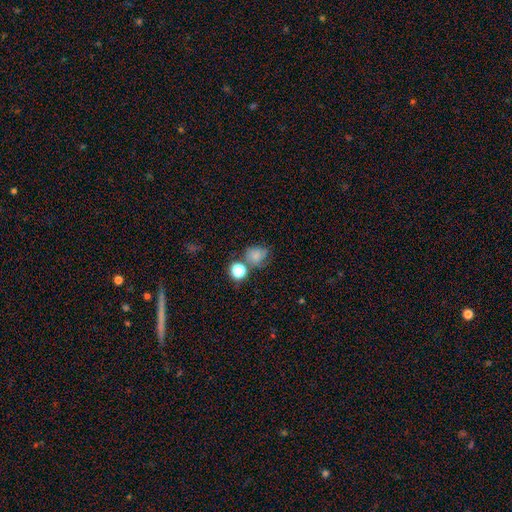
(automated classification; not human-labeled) smooth 71%, star or artifact 16%, featured or disk 13%. Down the decision tree: how rounded — round (67%); merging — none (50%).